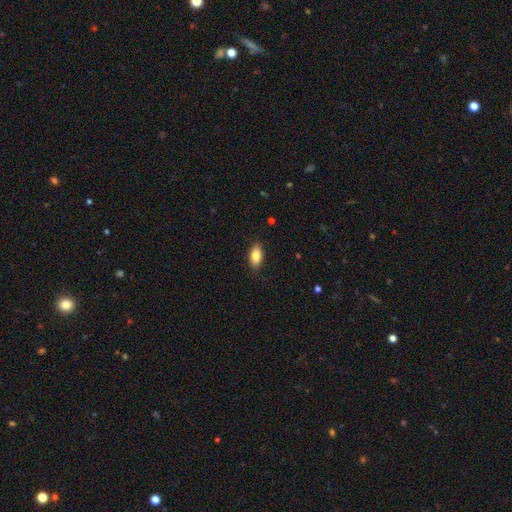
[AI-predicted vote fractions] A smooth galaxy with no disk features (85%) that is in between round and cigar-shaped (91%).

Vote fractions:
- Smooth or featured? smooth: 85% / featured or disk: 7% / star or artifact: 7%
- How rounded? in between: 91% / cigar-shaped: 5% / round: 4%
- Merging? none: 88% / minor disturbance: 9% / major disturbance: 2% / merger: 1%